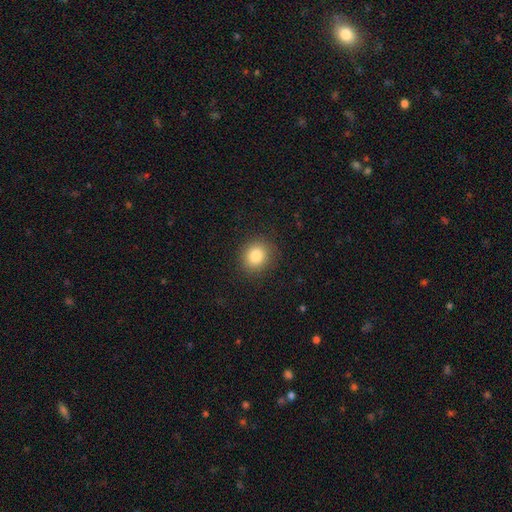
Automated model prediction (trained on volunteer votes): smooth_or_featured: smooth (p=0.84) [alt: star or artifact p=0.10]
how_rounded: round (p=0.78) [alt: in between p=0.21]
merging: none (p=0.89) [alt: minor disturbance p=0.08]